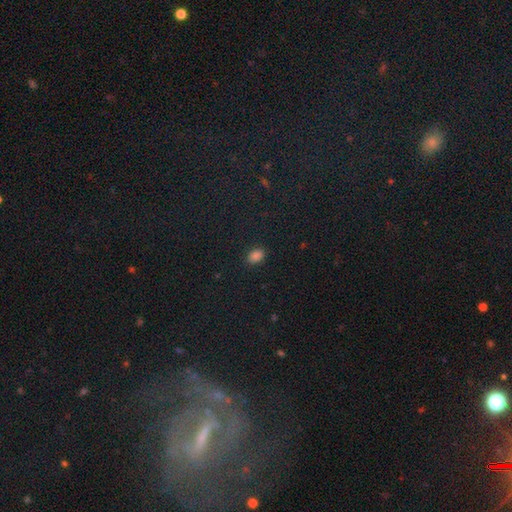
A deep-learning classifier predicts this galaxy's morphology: This appears to be a smooth galaxy with no disk features (84%) that is in between round and cigar-shaped (84%). Merging: none (87%).